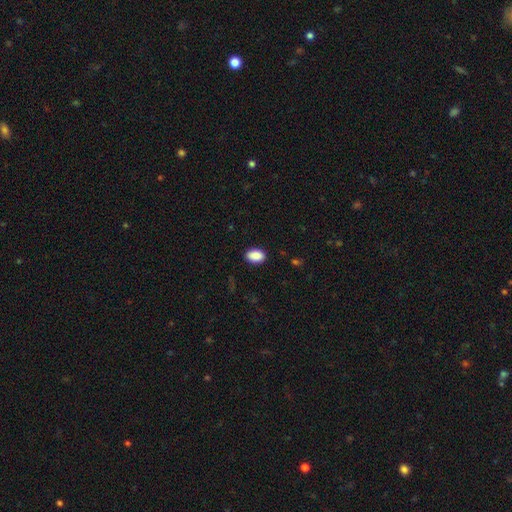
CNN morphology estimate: smooth_or_featured: smooth (p=0.89) [alt: star or artifact p=0.07]
how_rounded: in between (p=0.88) [alt: round p=0.11]
merging: none (p=0.88) [alt: minor disturbance p=0.09]